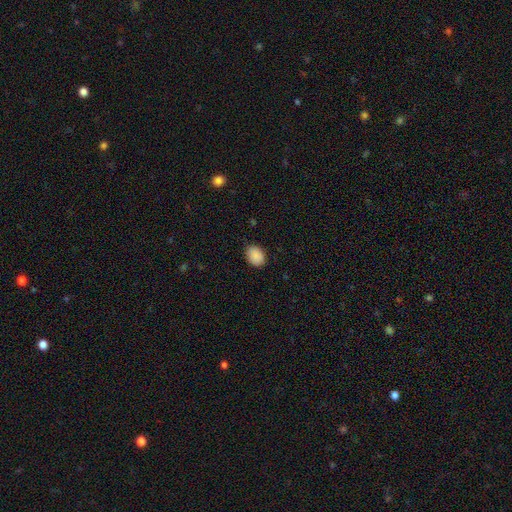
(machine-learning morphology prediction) This is clearly a smooth galaxy (89%). How rounded: likely in between (70%). Merging: clearly none (85%).